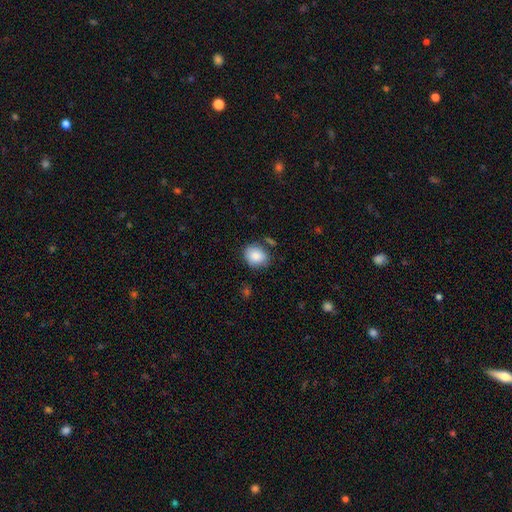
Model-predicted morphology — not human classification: Smooth or featured?
  - smooth: 86% *
  - star or artifact: 8%
  - featured or disk: 6%
How rounded?
  - round: 59% *
  - in between: 40%
  - cigar-shaped: 1%
Merging?
  - none: 72% *
  - minor disturbance: 18%
  - merger: 5%
  - major disturbance: 5%